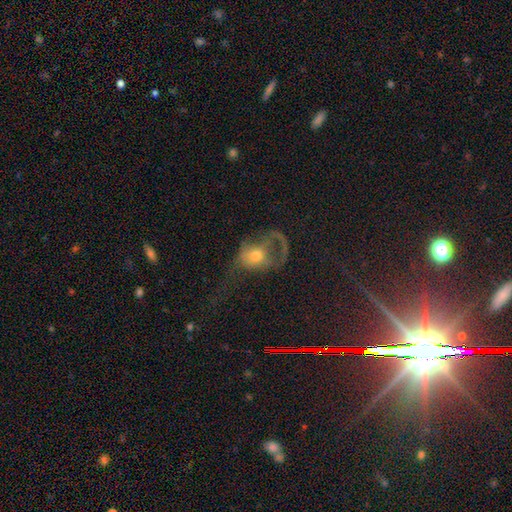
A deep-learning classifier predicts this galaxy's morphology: Q: Smooth or featured?
A: featured or disk (53%); runner-up: smooth (36%)
Q: Edge-on disk?
A: no (95%); runner-up: yes (5%)
Q: Merging?
A: major disturbance (63%); runner-up: none (20%)